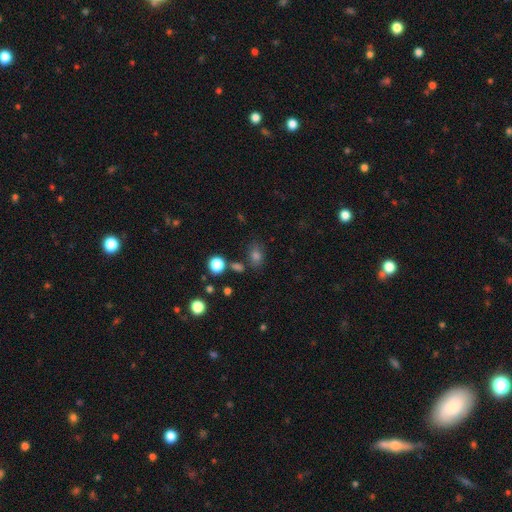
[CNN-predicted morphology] This is likely a smooth galaxy (75%). How rounded: likely in between (67%). Merging: likely none (73%).